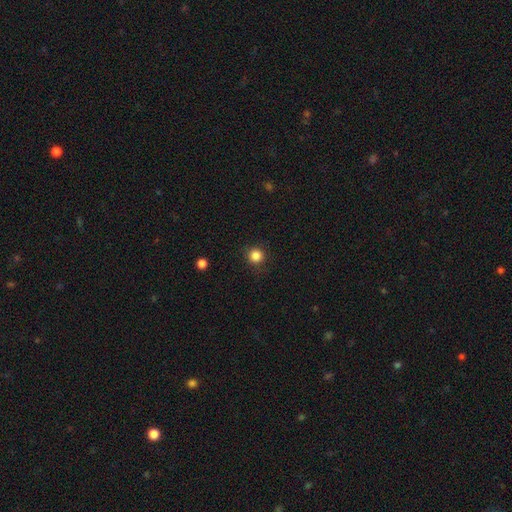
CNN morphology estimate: smooth_or_featured: smooth (p=0.85) [alt: star or artifact p=0.11]
how_rounded: round (p=0.94) [alt: in between p=0.05]
merging: none (p=0.89) [alt: minor disturbance p=0.08]